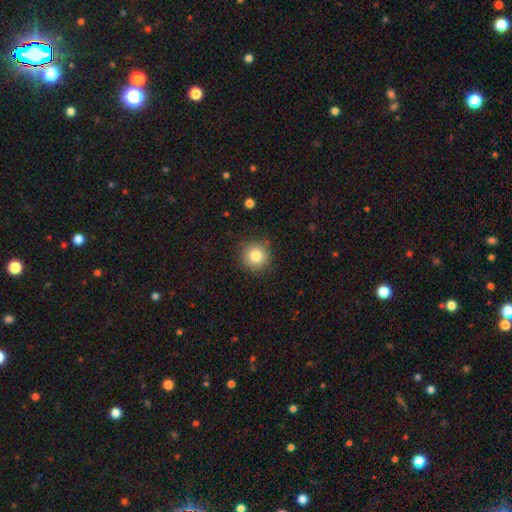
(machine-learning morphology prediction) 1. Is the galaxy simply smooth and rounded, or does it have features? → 83% smooth, 10% star or artifact, 8% featured or disk.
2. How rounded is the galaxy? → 94% round, 6% in between, 1% cigar-shaped.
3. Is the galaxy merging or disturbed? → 87% none, 9% minor disturbance, 2% major disturbance, 1% merger.